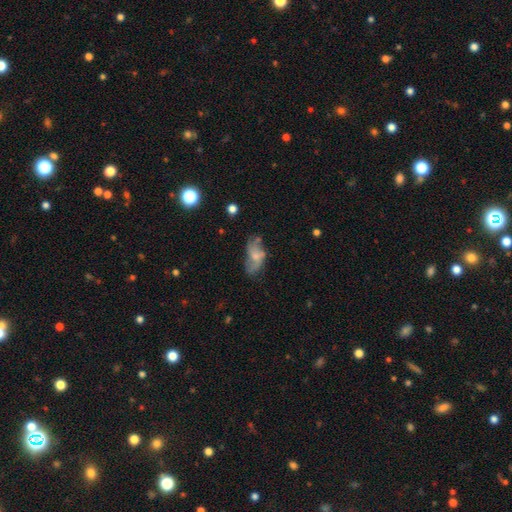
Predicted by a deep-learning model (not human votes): This is possibly a smooth galaxy (48%). Merging: marginally none (42%).